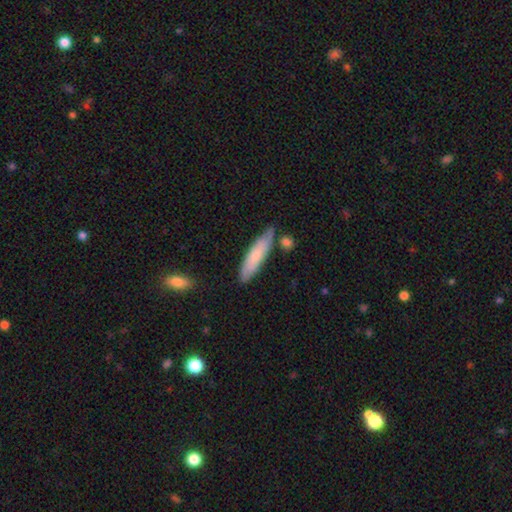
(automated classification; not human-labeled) Q: Smooth or featured?
A: smooth (67%); runner-up: featured or disk (28%)
Q: How rounded?
A: cigar-shaped (71%); runner-up: in between (28%)
Q: Merging?
A: none (73%); runner-up: minor disturbance (18%)